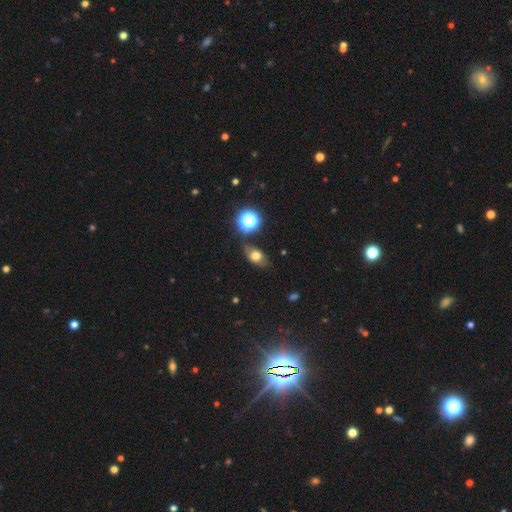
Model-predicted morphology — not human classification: Overall: smooth (69%). How rounded: in between (76%). Merging: none (73%).